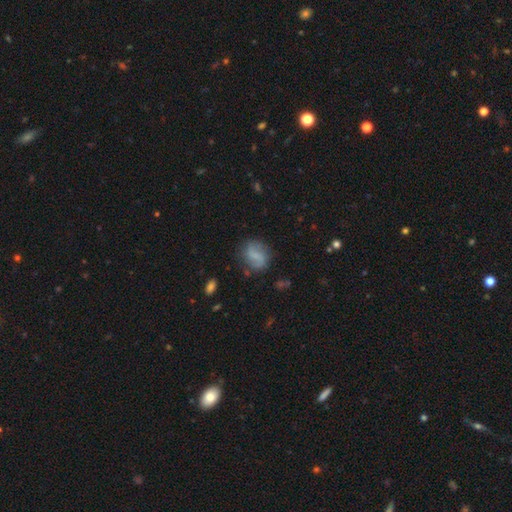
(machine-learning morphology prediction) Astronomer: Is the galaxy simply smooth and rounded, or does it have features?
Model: featured or disk — 49% (runner-up: smooth, 42%).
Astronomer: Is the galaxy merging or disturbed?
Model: none — 71%.